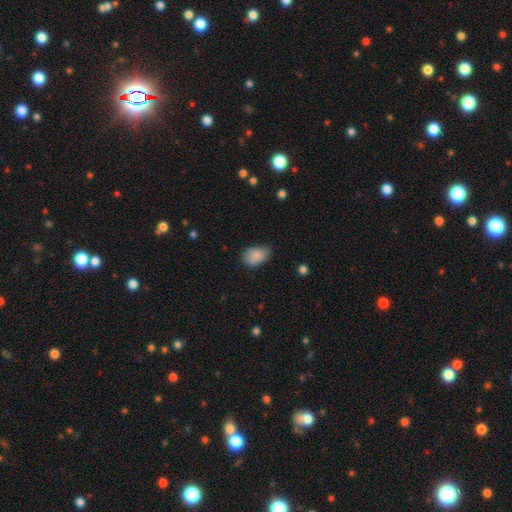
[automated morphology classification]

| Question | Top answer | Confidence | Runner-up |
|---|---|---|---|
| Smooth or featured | smooth | 85% | star or artifact (8%) |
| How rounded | in between | 79% | round (19%) |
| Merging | none | 53% | minor disturbance (37%) |